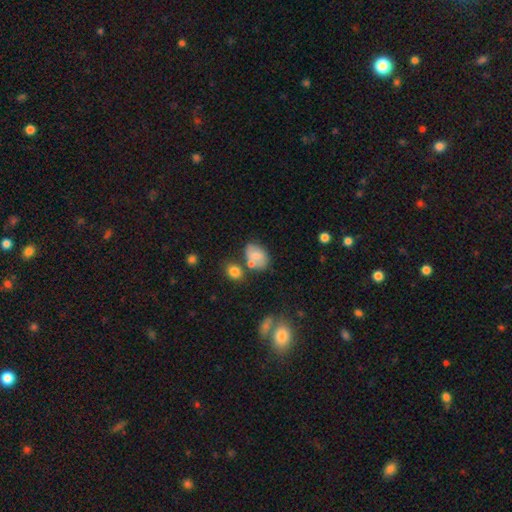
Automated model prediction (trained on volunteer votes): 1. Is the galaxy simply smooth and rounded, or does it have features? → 71% smooth, 20% featured or disk, 10% star or artifact.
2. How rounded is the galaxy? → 77% in between, 22% round, 1% cigar-shaped.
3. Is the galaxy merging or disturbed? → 46% none, 25% merger, 21% minor disturbance, 8% major disturbance.